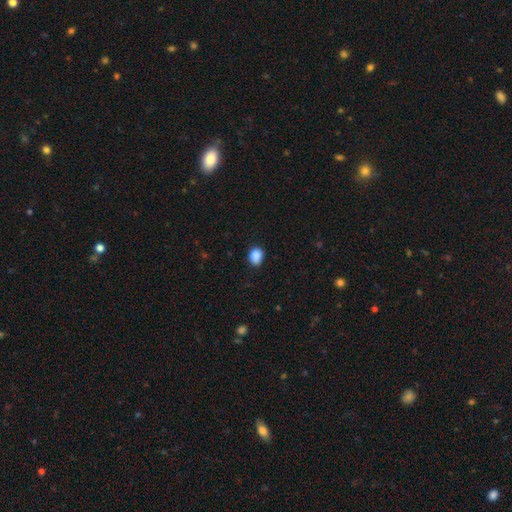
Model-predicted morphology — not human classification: Smooth or featured? smooth (88%)
How rounded? round (52%)
Merging? none (80%)